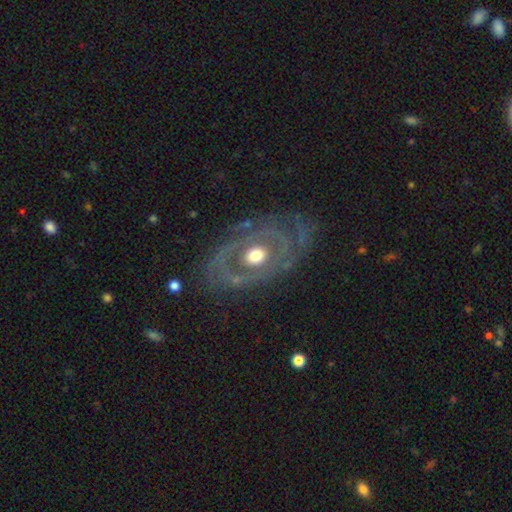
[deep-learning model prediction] A featured or disk galaxy (75%) with no bar (85%), no spiral arms (56%) and a moderate central bulge (64%). Merging: none (71%).